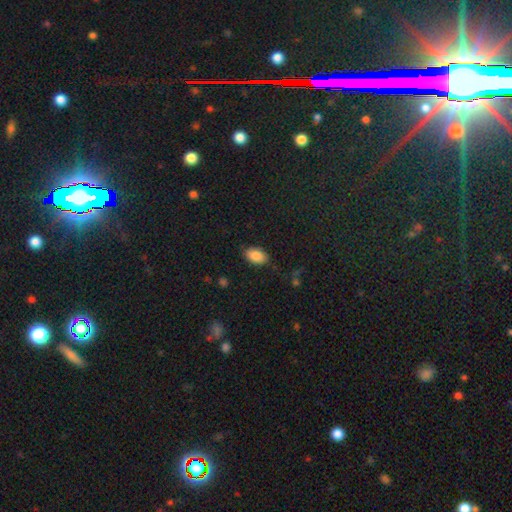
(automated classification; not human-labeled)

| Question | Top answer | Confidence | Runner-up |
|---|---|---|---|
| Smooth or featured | smooth | 85% | star or artifact (8%) |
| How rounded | in between | 92% | round (6%) |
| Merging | none | 83% | minor disturbance (13%) |